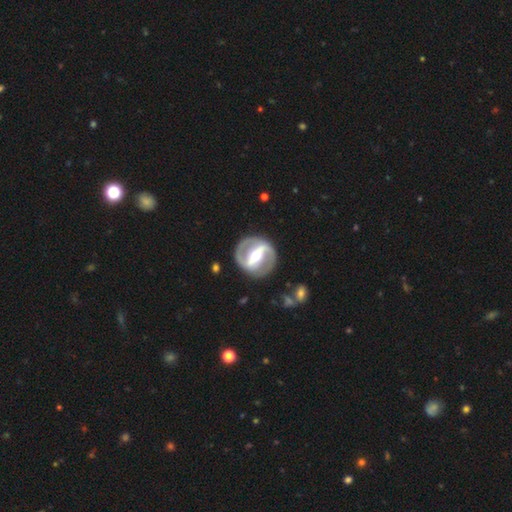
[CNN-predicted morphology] type=featured or disk (85%); edge-on=no (94%); bar=strong (79%); spiral arms=yes (74%); winding=medium (41%); arm count=2 (89%); bulge=moderate (65%); merging=none (86%).